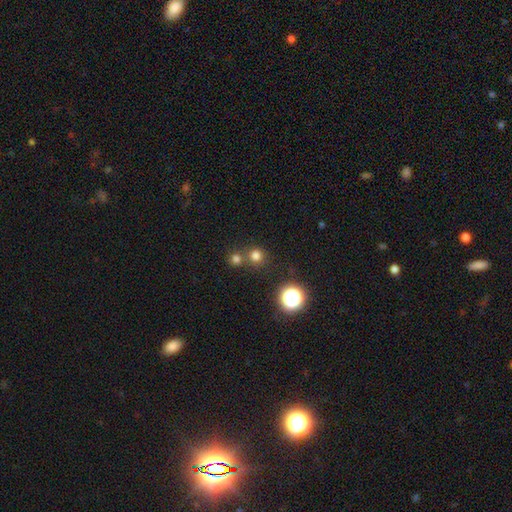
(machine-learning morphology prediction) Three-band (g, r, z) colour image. It shows a smooth galaxy with no disk features (72%) that is round (92%). Merging: none (68%).